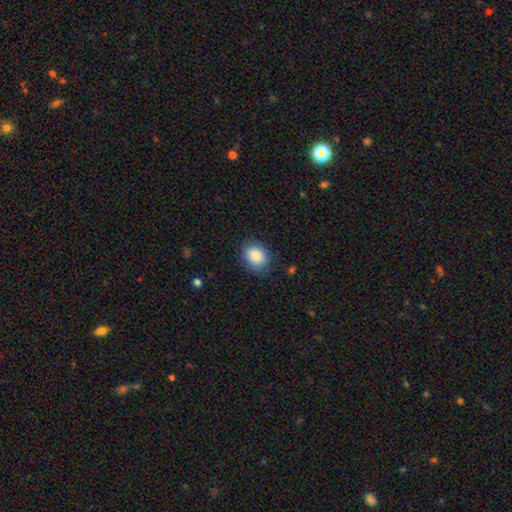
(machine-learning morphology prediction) Q: Smooth or featured?
A: smooth (88%); runner-up: star or artifact (7%)
Q: How rounded?
A: in between (56%); runner-up: round (43%)
Q: Merging?
A: none (82%); runner-up: minor disturbance (13%)